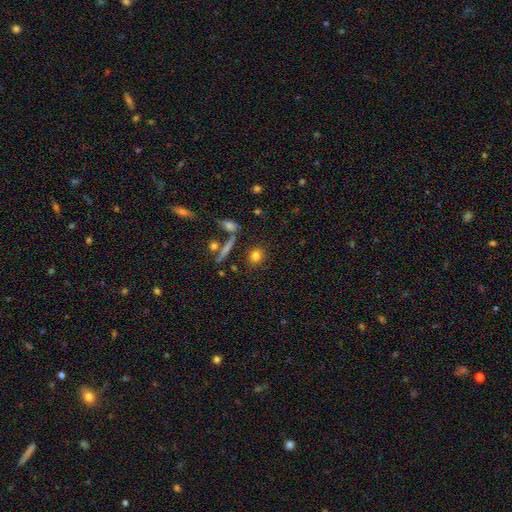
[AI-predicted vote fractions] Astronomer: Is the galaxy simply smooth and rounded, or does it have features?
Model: smooth — 79%.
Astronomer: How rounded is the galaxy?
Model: round — 66%.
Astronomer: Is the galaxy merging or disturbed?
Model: none — 81%.